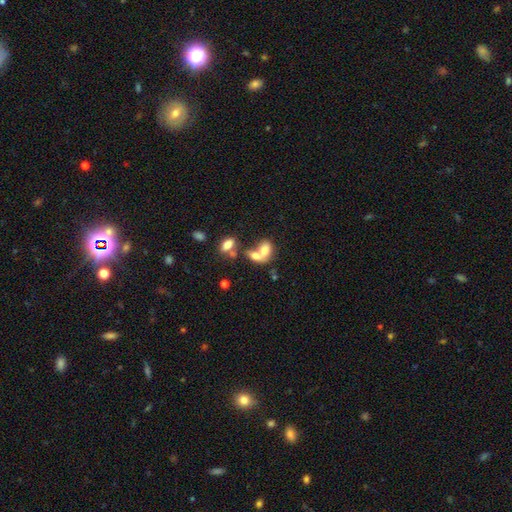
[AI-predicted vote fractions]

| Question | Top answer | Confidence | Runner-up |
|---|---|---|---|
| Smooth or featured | smooth | 71% | featured or disk (19%) |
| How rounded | in between | 79% | round (19%) |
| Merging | merger | 67% | none (20%) |